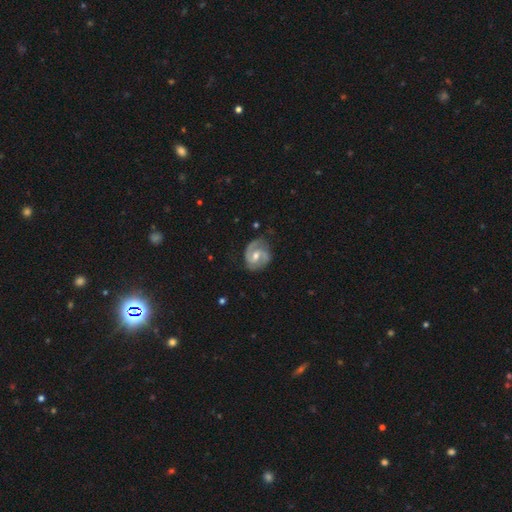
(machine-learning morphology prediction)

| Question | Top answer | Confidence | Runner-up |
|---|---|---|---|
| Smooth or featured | featured or disk | 86% | smooth (10%) |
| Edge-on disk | no | 98% | yes (2%) |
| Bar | weak | 50% | no (36%) |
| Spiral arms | yes | 96% | no (4%) |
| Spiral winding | medium | 50% | tight (35%) |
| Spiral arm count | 2 | 87% | can't tell (4%) |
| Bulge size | moderate | 67% | small (27%) |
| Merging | none | 72% | minor disturbance (20%) |